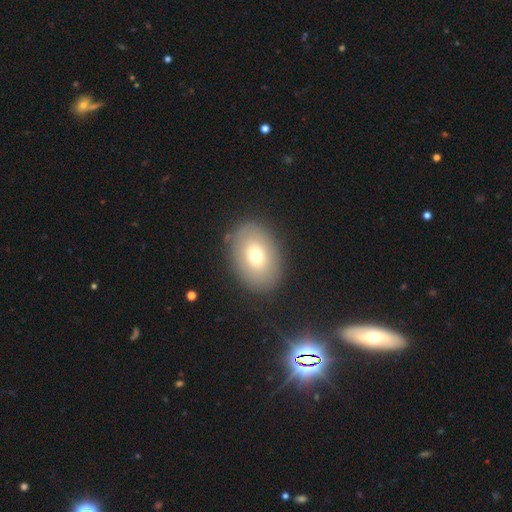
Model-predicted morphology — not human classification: This appears to be a smooth galaxy with no disk features (69%) that is in between round and cigar-shaped (81%). Merging: none (85%).